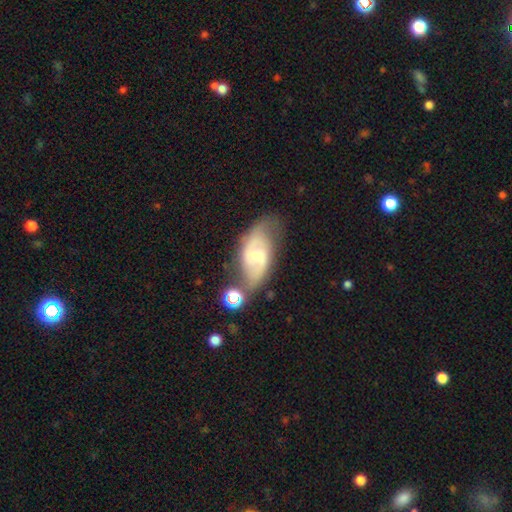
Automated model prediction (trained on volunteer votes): featured or disk 74%, smooth 19%, star or artifact 7%. Down the decision tree: edge-on disk — no (94%); bar — weak (49%); spiral arms — yes (87%); spiral arm count — 2 (82%); spiral winding — medium (45%); bulge size — small (54%); merging — none (58%).